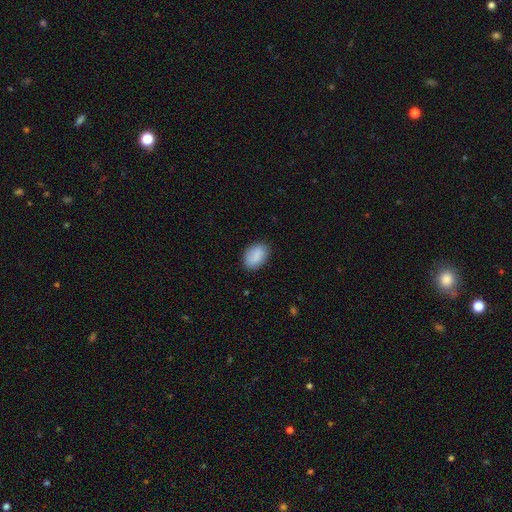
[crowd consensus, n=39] Q: Smooth or featured?
A: smooth (82%); runner-up: featured or disk (10%)
Q: How rounded?
A: in between (84%); runner-up: round (16%)
Q: Merging?
A: none (86%); runner-up: minor disturbance (14%)